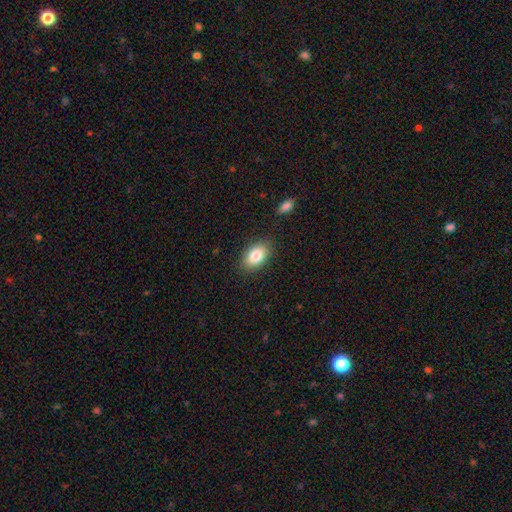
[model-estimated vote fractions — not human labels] smooth-or-featured: smooth: 83% | featured or disk: 9% | star or artifact: 8%
  how-rounded: in between: 89% | round: 9% | cigar-shaped: 2%
  merging: none: 85% | minor disturbance: 10% | major disturbance: 3% | merger: 2%